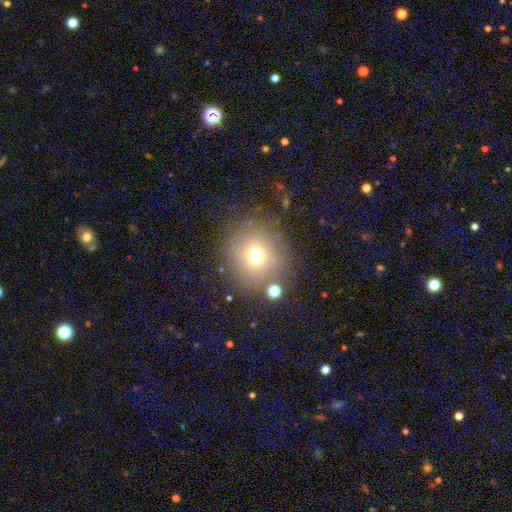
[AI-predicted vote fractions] This is likely a smooth galaxy (69%). How rounded: clearly round (91%). Merging: clearly none (81%).